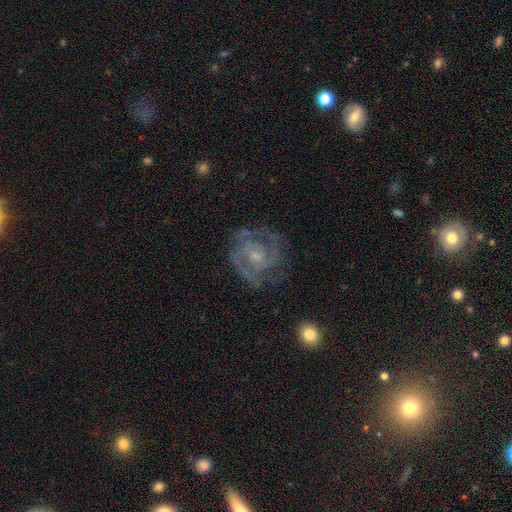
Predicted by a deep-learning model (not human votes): A featured or disk galaxy (87%) with no bar (57%), 2 (48%) tight (51%) spiral arms (96%) and a small central bulge (61%).

Vote fractions:
- Smooth or featured? featured or disk: 87% / smooth: 7% / star or artifact: 6%
- Edge-on disk? no: 98% / yes: 2%
- Bar? no: 57% / weak: 35% / strong: 7%
- Spiral arms? yes: 96% / no: 4%
- Spiral winding? tight: 51% / medium: 42% / loose: 7%
- Spiral arm count? 2: 48% / 3: 25% / can't tell: 14% / 4: 5% / 1: 4% / more than 4: 4%
- Bulge size? small: 61% / moderate: 31% / none: 5% / large: 2% / dominant: 1%
- Merging? none: 73% / minor disturbance: 17% / major disturbance: 9% / merger: 2%